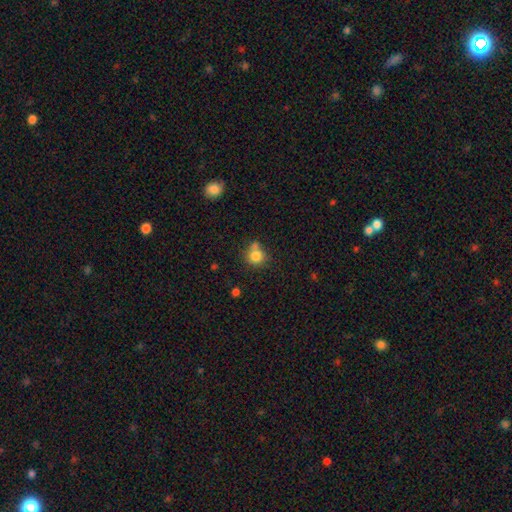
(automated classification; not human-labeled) A smooth galaxy with no disk features (81%) that is round (85%). Merging: none (54%).